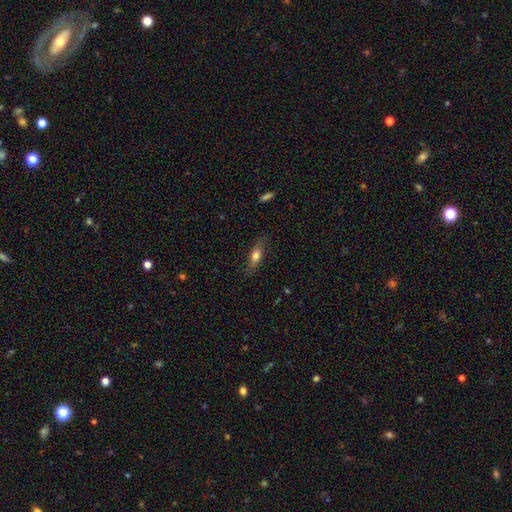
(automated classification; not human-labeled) Overall: smooth (70%). How rounded: in between (60%; cigar-shaped 36%). Merging: none (78%).